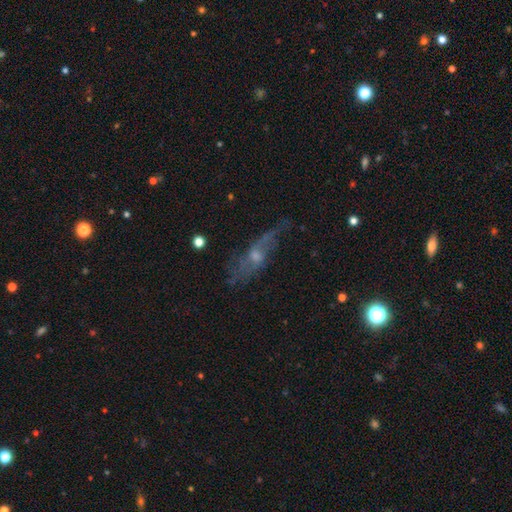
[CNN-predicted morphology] smooth-or-featured: featured or disk: 60% | smooth: 28% | star or artifact: 12%
  disk-edge-on: no: 72% | yes: 28%
  merging: none: 48% | minor disturbance: 26% | major disturbance: 22% | merger: 3%